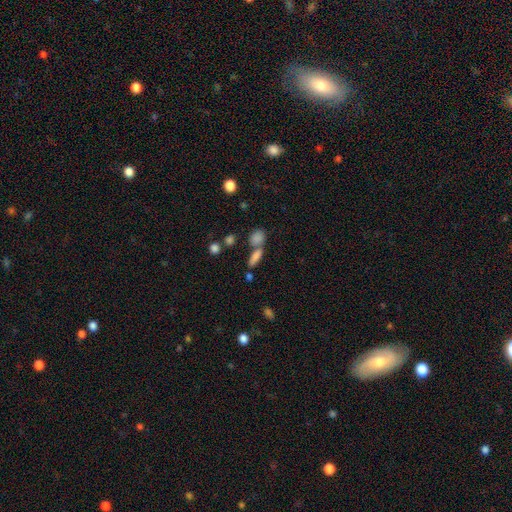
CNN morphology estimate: Smooth or featured? smooth (77%)
How rounded? in between (54%)
Merging? none (51%)